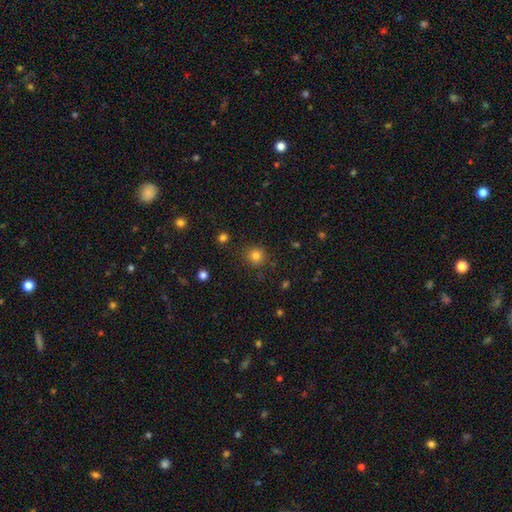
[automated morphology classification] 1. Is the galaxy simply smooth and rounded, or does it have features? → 81% smooth, 14% star or artifact, 6% featured or disk.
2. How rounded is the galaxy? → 92% round, 7% in between, 1% cigar-shaped.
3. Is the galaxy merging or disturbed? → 87% none, 8% minor disturbance, 3% major disturbance, 2% merger.